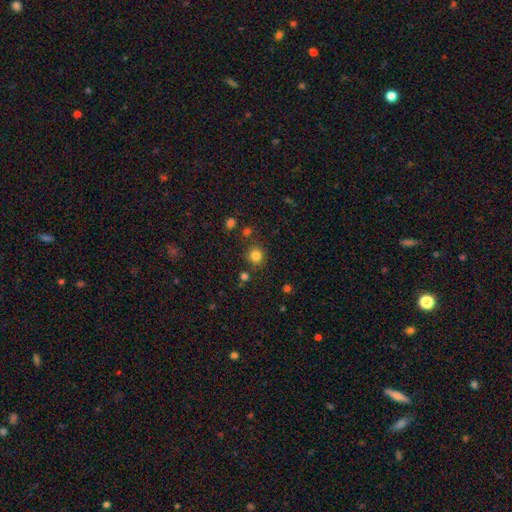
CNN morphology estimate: Smooth or featured? smooth (82%)
How rounded? round (92%)
Merging? none (85%)